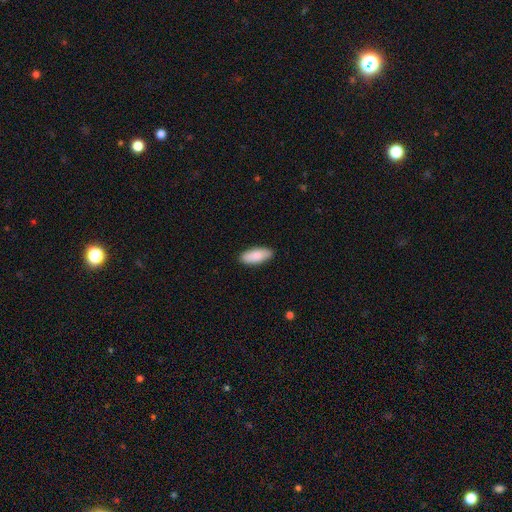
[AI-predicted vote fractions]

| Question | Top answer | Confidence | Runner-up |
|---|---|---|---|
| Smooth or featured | smooth | 87% | featured or disk (7%) |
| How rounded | in between | 83% | cigar-shaped (15%) |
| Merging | none | 88% | minor disturbance (9%) |